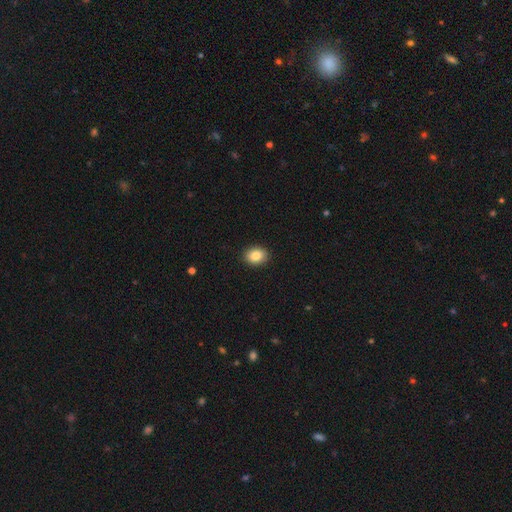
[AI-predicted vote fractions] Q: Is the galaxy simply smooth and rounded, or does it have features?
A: smooth — 86%.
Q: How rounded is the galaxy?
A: in between — 55%.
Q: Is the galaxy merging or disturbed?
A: none — 91%.